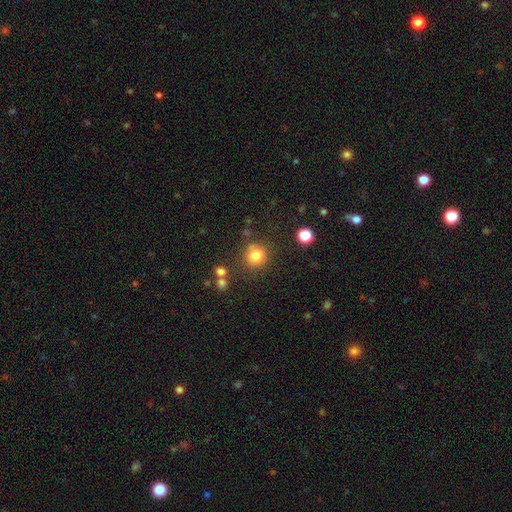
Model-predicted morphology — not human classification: Smooth or featured? Predicted: smooth (p=0.81). How rounded? Predicted: round (p=0.91). Merging? Predicted: none (p=0.78).